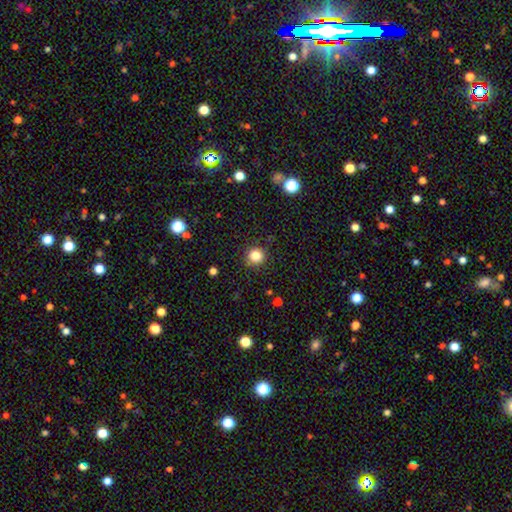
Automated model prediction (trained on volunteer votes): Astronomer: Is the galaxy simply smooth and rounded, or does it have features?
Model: smooth — 82%.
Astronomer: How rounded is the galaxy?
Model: round — 94%.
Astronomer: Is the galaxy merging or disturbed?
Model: none — 88%.